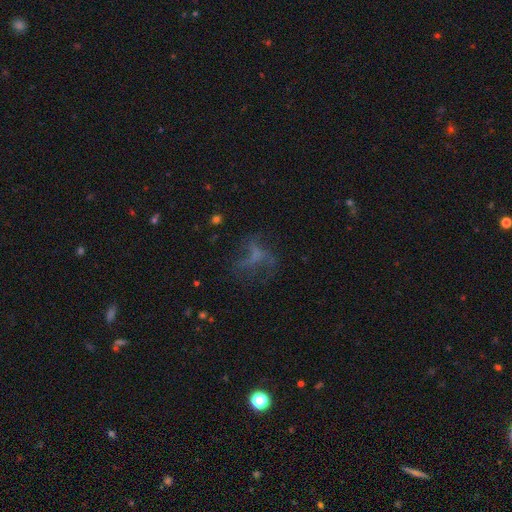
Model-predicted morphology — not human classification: Smooth or featured: featured or disk — 46% (smooth — 27%)
Merging: none — 45% (major disturbance — 37%)